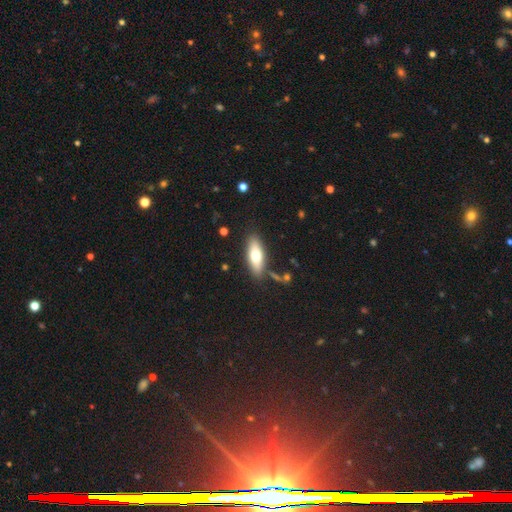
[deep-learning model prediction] smooth-or-featured: smooth: 67% | featured or disk: 26% | star or artifact: 6%
  how-rounded: in between: 67% | cigar-shaped: 31% | round: 2%
  merging: none: 82% | minor disturbance: 12% | merger: 4% | major disturbance: 3%